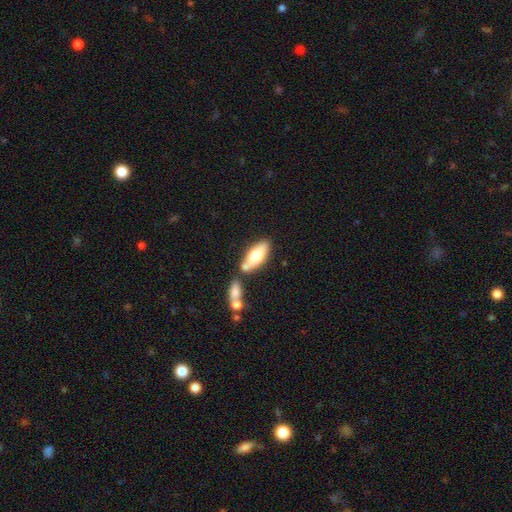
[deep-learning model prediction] Smooth or featured? smooth (70%)
How rounded? in between (75%)
Merging? none (52%)